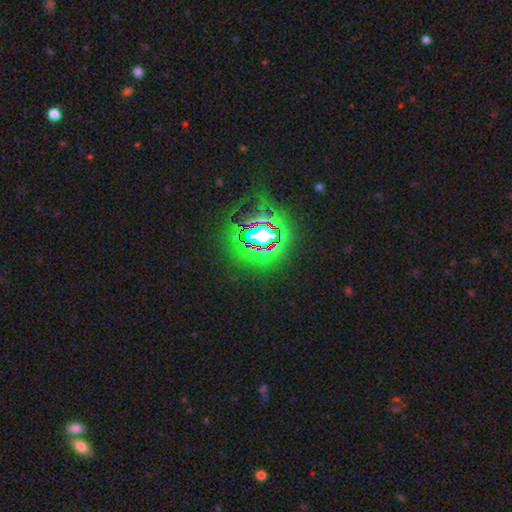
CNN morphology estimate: This appears to be a star or artifact, not a galaxy (84%).